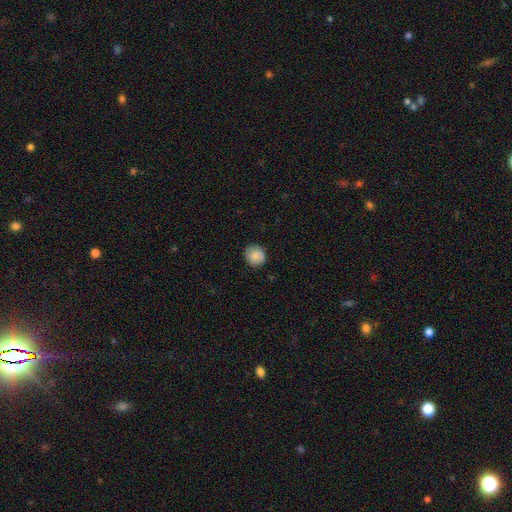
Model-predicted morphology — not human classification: smooth 86%, star or artifact 8%, featured or disk 7%. Down the decision tree: how rounded — round (88%); merging — none (85%).